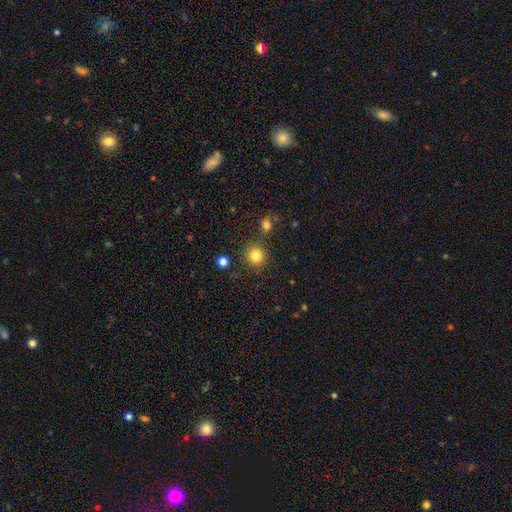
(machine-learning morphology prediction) This appears to be a smooth galaxy with no disk features (82%) that is round (93%). Merging: none (85%).